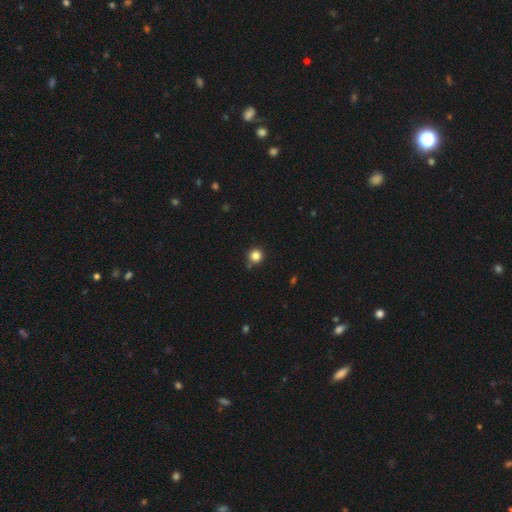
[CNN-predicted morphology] This is clearly a smooth galaxy (83%). How rounded: clearly round (95%). Merging: clearly none (84%).